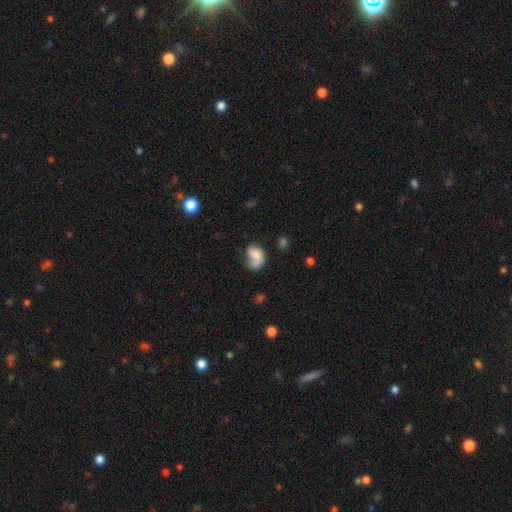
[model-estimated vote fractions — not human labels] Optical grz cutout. It shows a smooth galaxy with no disk features (63%) that is in between round and cigar-shaped (77%). Merging: none (33%).